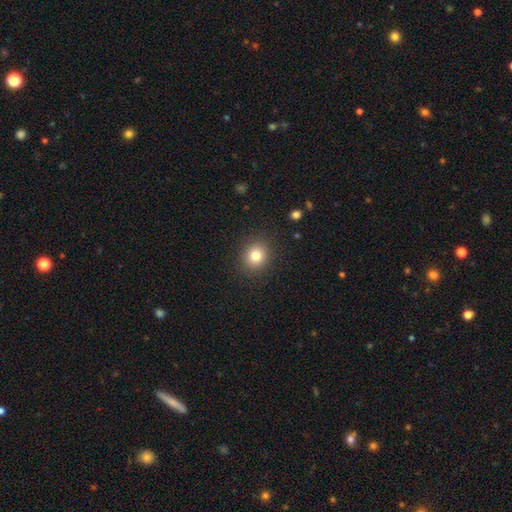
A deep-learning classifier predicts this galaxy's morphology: smooth 81%, star or artifact 11%, featured or disk 8%. Down the decision tree: how rounded — round (80%); merging — none (89%).